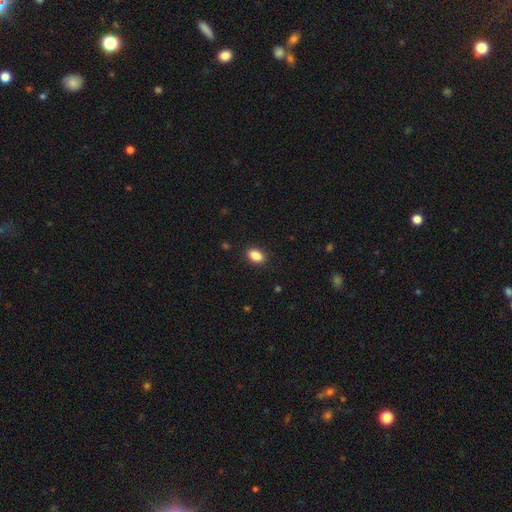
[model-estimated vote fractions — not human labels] A smooth galaxy with no disk features (88%) that is in between round and cigar-shaped (89%). Merging: none (89%).